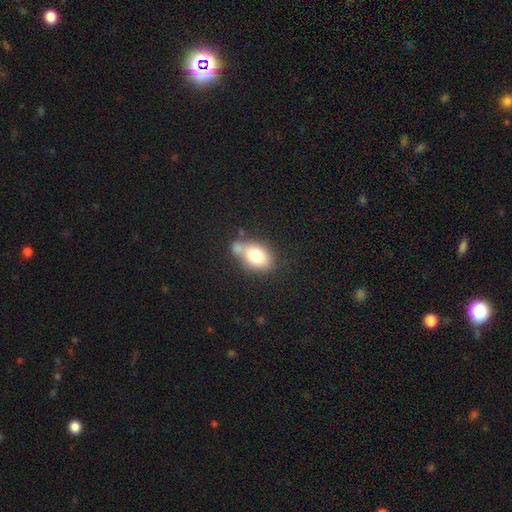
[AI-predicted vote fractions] smooth 77%, featured or disk 15%, star or artifact 9%. Down the decision tree: how rounded — in between (80%); merging — none (43%).